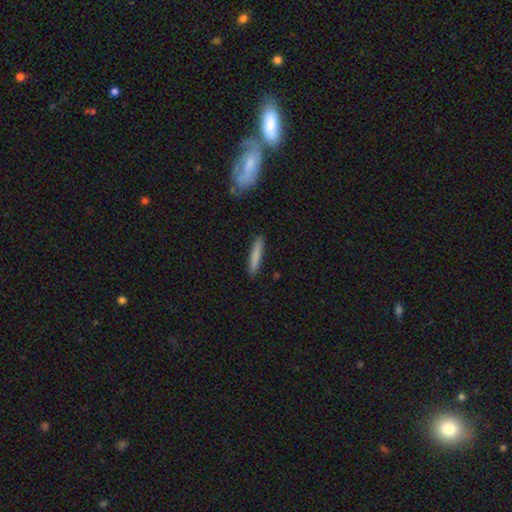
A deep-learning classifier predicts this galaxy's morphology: smooth 80%, featured or disk 14%, star or artifact 6%. Down the decision tree: how rounded — cigar-shaped (93%); merging — none (88%).